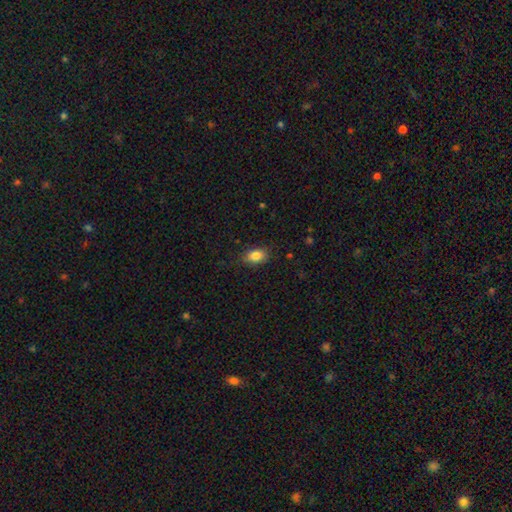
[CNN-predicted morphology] Smooth or featured? smooth (85%)
How rounded? in between (84%)
Merging? none (81%)